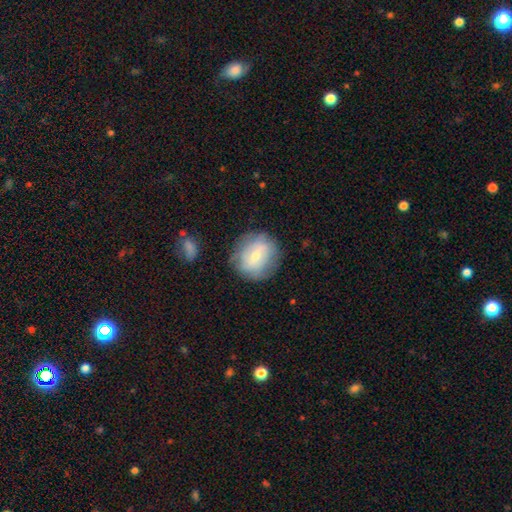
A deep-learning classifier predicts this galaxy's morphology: smooth_or_featured: smooth (p=0.57) [alt: featured or disk p=0.36]
how_rounded: round (p=0.83) [alt: in between p=0.16]
merging: none (p=0.76) [alt: minor disturbance p=0.16]